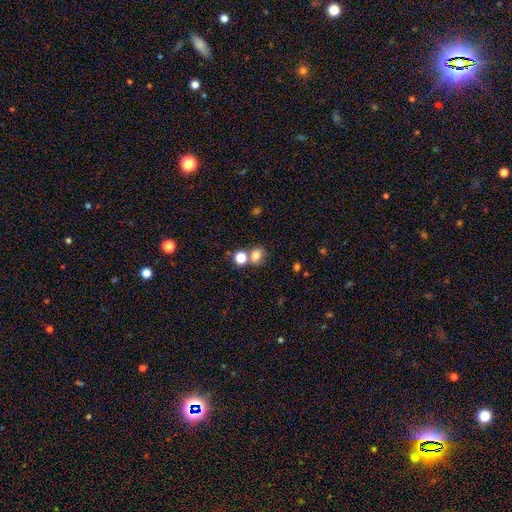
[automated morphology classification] This appears to be a smooth galaxy with no disk features (77%) that is round (66%). Merging: none (58%).